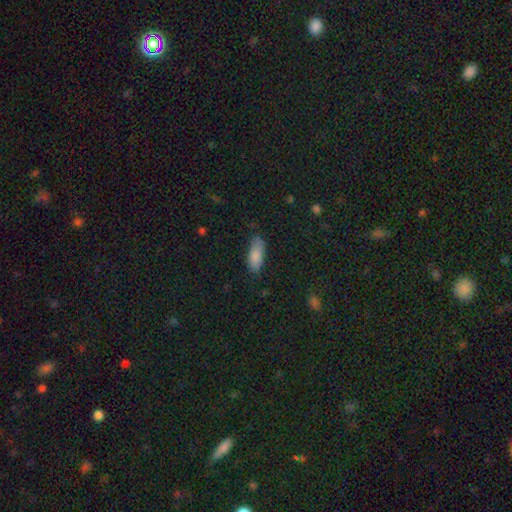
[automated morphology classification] A smooth galaxy with no disk features (85%) that is in between round and cigar-shaped (78%). Merging: none (71%).